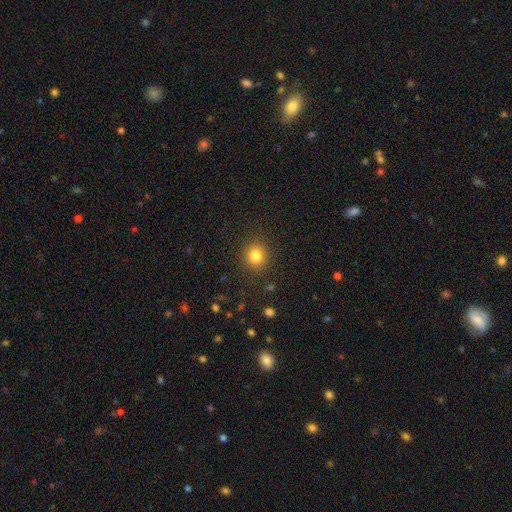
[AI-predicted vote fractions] Smooth or featured?
  - smooth: 81% *
  - star or artifact: 12%
  - featured or disk: 7%
How rounded?
  - round: 88% *
  - in between: 11%
  - cigar-shaped: 1%
Merging?
  - none: 89% *
  - minor disturbance: 7%
  - major disturbance: 3%
  - merger: 1%